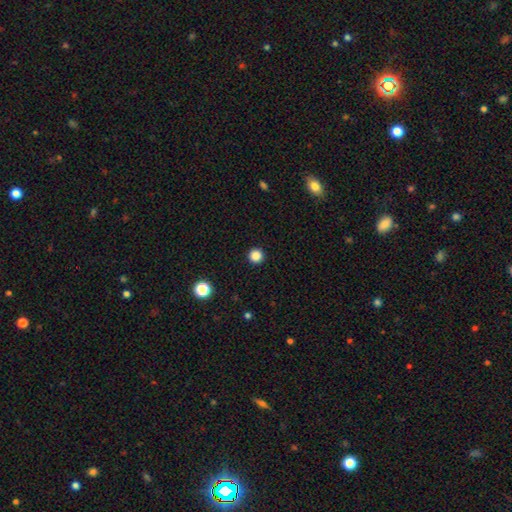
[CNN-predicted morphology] smooth-or-featured: smooth: 85% | star or artifact: 12% | featured or disk: 3%
  how-rounded: round: 96% | in between: 3% | cigar-shaped: 1%
  merging: none: 94% | minor disturbance: 4% | major disturbance: 1% | merger: 1%